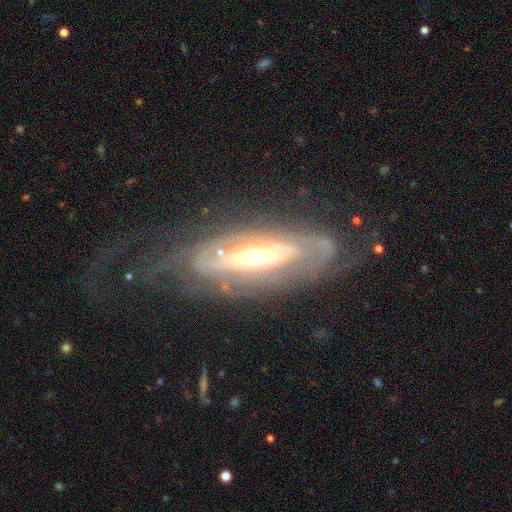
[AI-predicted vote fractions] smooth-or-featured: featured or disk: 82% | smooth: 13% | star or artifact: 5%
  disk-edge-on: no: 82% | yes: 18%
    bar: no: 60% | weak: 23% | strong: 17%
    has-spiral-arms: yes: 77% | no: 23%
      spiral-winding: tight: 62% | medium: 27% | loose: 11%
      spiral-arm-count: can't tell: 52% | 2: 29% | 3: 7% | 1: 6% | 4: 4% | more than 4: 4%
    bulge-size: moderate: 57% | small: 31% | large: 9% | dominant: 2% | none: 1%
  merging: none: 58% | minor disturbance: 21% | major disturbance: 19% | merger: 2%